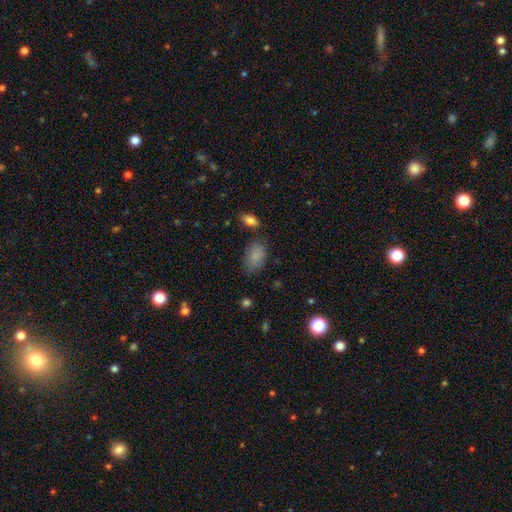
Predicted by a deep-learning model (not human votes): The model was most divided on "merging": none: 74%, minor disturbance: 17%, major disturbance: 5%, merger: 4%. More confident: how rounded — in between (88%); smooth or featured — smooth (85%).